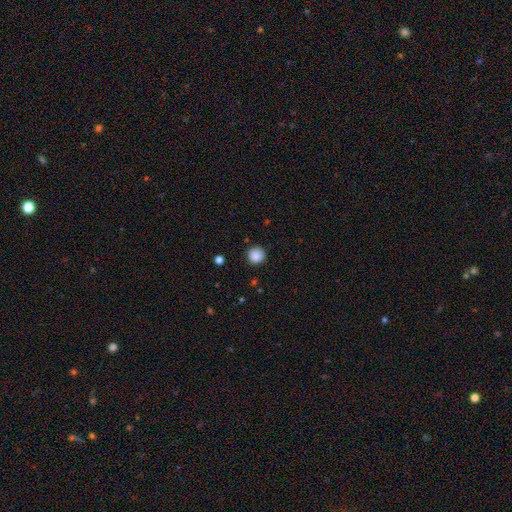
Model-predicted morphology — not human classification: smooth_or_featured: smooth (p=0.87) [alt: star or artifact p=0.09]
how_rounded: round (p=0.94) [alt: in between p=0.05]
merging: none (p=0.87) [alt: minor disturbance p=0.09]